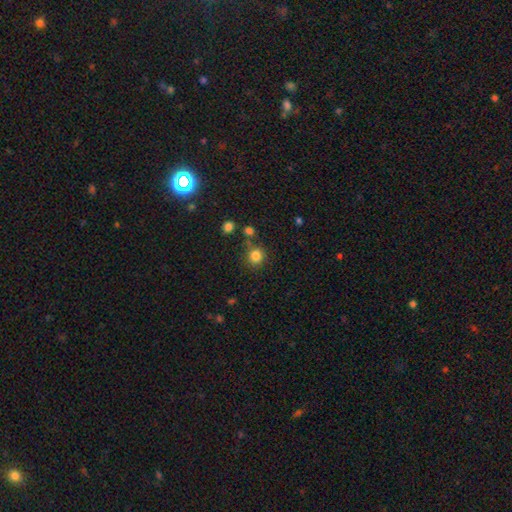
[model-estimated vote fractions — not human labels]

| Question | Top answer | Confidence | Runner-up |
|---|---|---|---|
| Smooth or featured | smooth | 82% | star or artifact (12%) |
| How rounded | round | 86% | in between (13%) |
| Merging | none | 76% | minor disturbance (11%) |